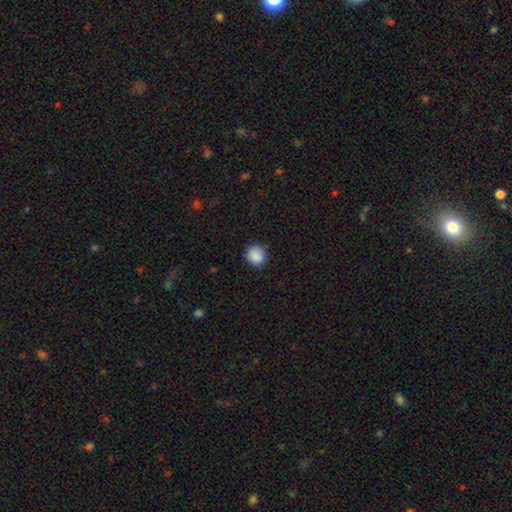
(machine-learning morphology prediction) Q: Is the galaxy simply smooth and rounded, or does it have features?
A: smooth — 89%.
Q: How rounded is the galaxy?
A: round — 86%.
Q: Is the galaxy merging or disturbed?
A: none — 86%.